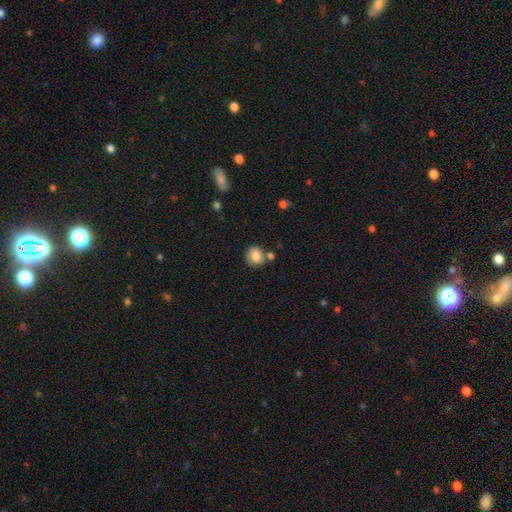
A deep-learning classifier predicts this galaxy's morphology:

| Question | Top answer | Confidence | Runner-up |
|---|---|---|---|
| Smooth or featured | smooth | 81% | featured or disk (10%) |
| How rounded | round | 75% | in between (24%) |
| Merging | none | 66% | minor disturbance (16%) |